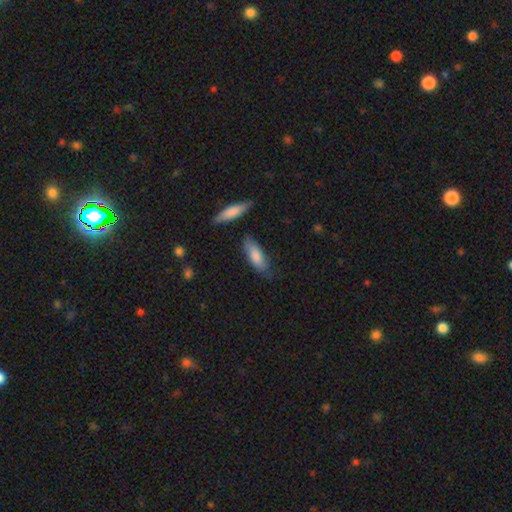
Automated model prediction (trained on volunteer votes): smooth_or_featured: smooth (p=0.80) [alt: featured or disk p=0.14]
how_rounded: in between (p=0.59) [alt: cigar-shaped p=0.39]
merging: none (p=0.68) [alt: minor disturbance p=0.22]